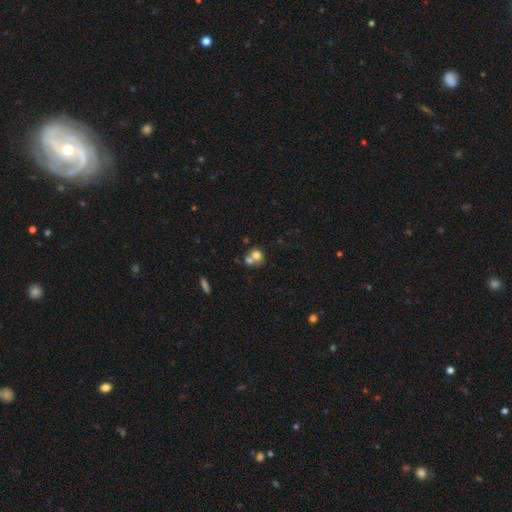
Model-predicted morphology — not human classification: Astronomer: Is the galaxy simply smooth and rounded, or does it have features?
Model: smooth — 71%.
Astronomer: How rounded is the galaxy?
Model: round — 71%.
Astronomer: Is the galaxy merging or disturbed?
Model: merger — 58%.